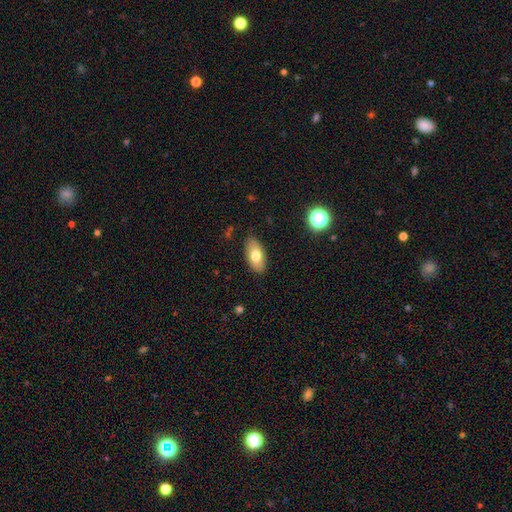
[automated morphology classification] The model was most divided on "smooth or featured": smooth: 73%, featured or disk: 20%, star or artifact: 7%. More confident: how rounded — in between (91%); merging — none (86%).